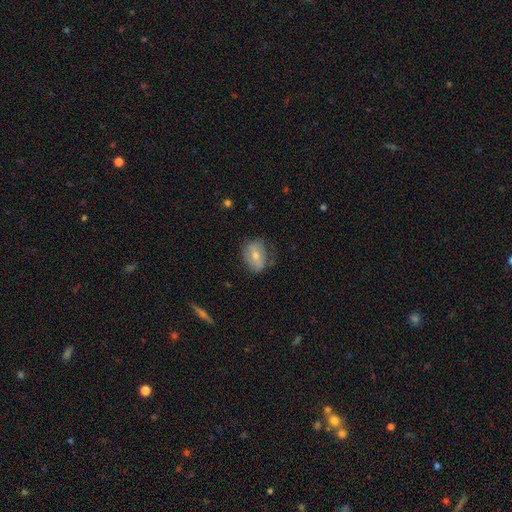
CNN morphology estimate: type=smooth (53%); roundness=in between (66%); merging=none (63%).